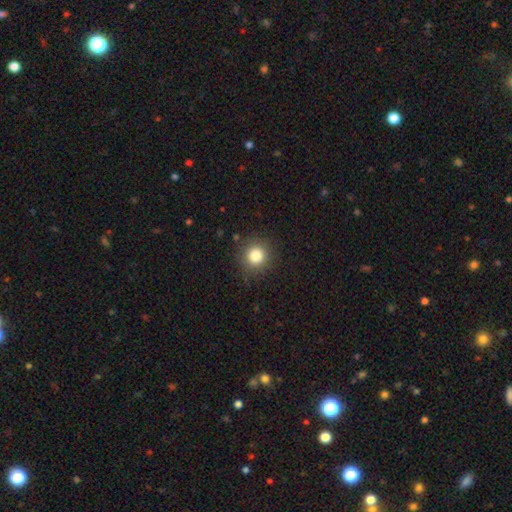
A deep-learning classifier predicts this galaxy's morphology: smooth_or_featured: smooth (p=0.82) [alt: star or artifact p=0.12]
how_rounded: round (p=0.93) [alt: in between p=0.07]
merging: none (p=0.88) [alt: minor disturbance p=0.08]